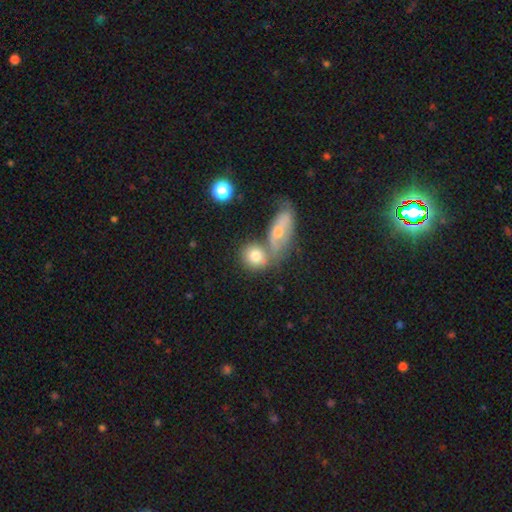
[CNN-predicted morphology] Overall: smooth (73%). How rounded: round (55%; in between 42%). Merging: merger (43%; none 39%).